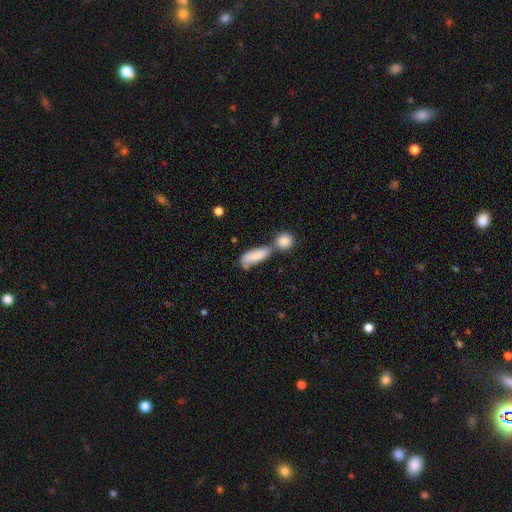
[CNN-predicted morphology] Overall: smooth (79%). How rounded: in between (66%; cigar-shaped 31%). Merging: merger (43%; none 36%).